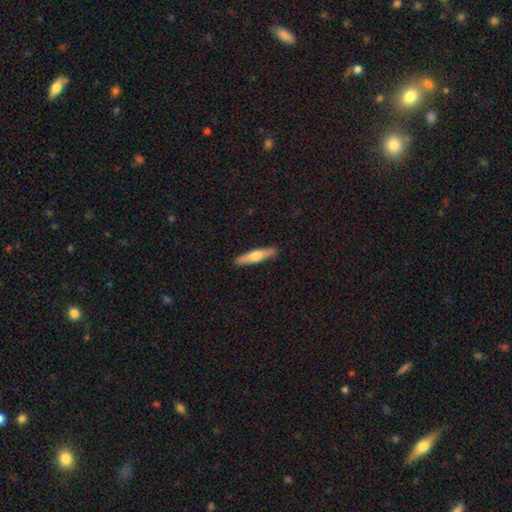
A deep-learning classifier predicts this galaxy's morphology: A smooth galaxy with no disk features (48%).

Vote fractions:
- Smooth or featured? smooth: 48% / featured or disk: 46% / star or artifact: 5%
- Merging? none: 91% / minor disturbance: 7% / major disturbance: 1% / merger: 1%